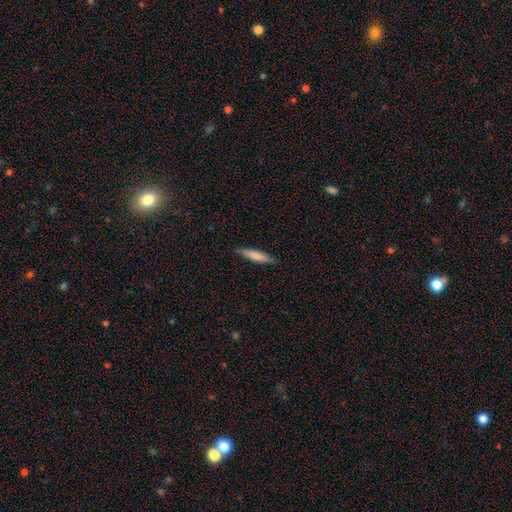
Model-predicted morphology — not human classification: A smooth galaxy with no disk features (74%) that is cigar-shaped (84%).

Vote fractions:
- Smooth or featured? smooth: 74% / featured or disk: 21% / star or artifact: 6%
- How rounded? cigar-shaped: 84% / in between: 15% / round: 1%
- Merging? none: 85% / minor disturbance: 11% / major disturbance: 2% / merger: 1%